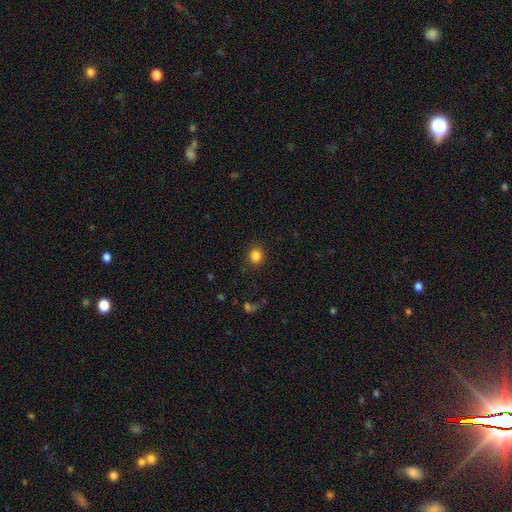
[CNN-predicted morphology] type=smooth (84%); roundness=round (82%); merging=none (89%).